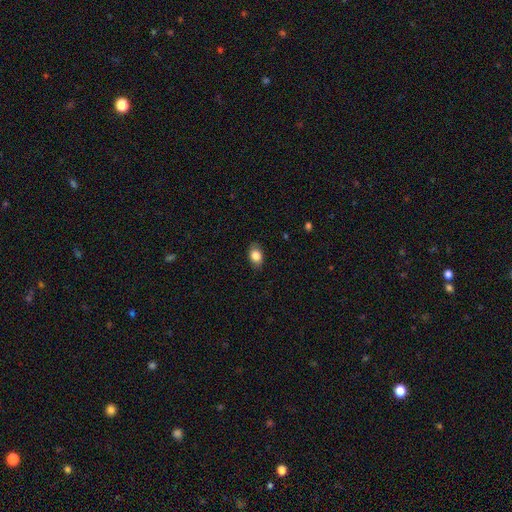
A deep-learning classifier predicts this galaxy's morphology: Smooth or featured? Predicted: smooth (p=0.85). How rounded? Predicted: in between (p=0.80). Merging? Predicted: none (p=0.83).